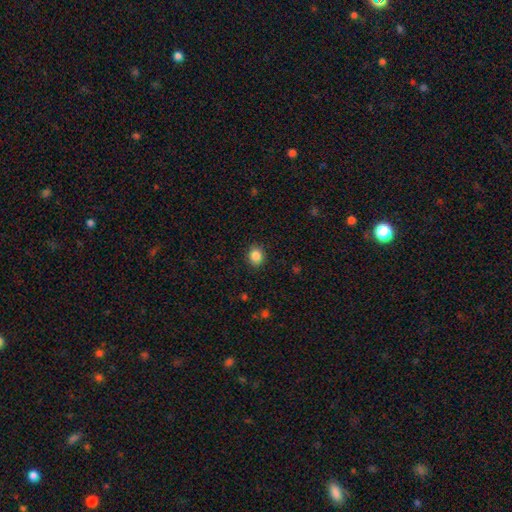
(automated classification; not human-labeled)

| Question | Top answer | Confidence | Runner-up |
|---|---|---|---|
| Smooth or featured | smooth | 86% | star or artifact (10%) |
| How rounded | round | 71% | in between (28%) |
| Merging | none | 89% | minor disturbance (7%) |